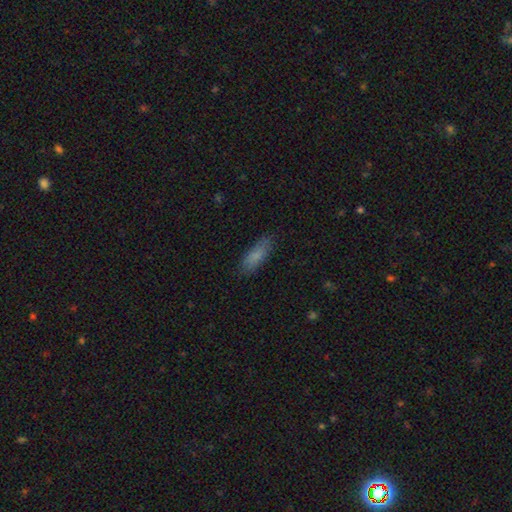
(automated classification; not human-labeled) A smooth galaxy with no disk features (83%) that is in between round and cigar-shaped (51%).

Vote fractions:
- Smooth or featured? smooth: 83% / featured or disk: 10% / star or artifact: 7%
- How rounded? in between: 51% / cigar-shaped: 47% / round: 2%
- Merging? none: 82% / minor disturbance: 14% / major disturbance: 3% / merger: 1%